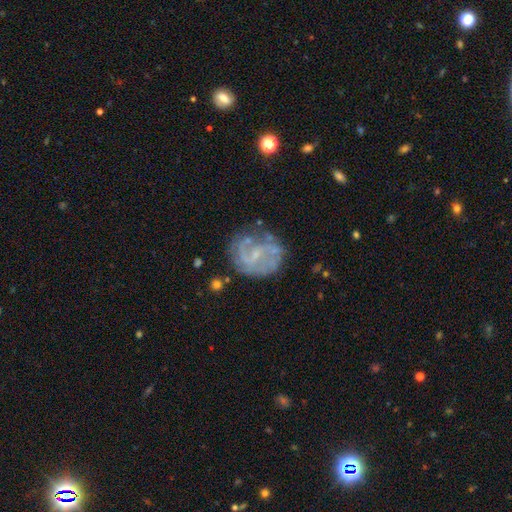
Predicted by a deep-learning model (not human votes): smooth-or-featured: featured or disk: 78% | smooth: 14% | star or artifact: 8%
  disk-edge-on: no: 98% | yes: 2%
    bar: weak: 48% | no: 41% | strong: 11%
    has-spiral-arms: yes: 82% | no: 18%
      spiral-winding: medium: 44% | tight: 30% | loose: 26%
      spiral-arm-count: 2: 50% | can't tell: 27% | 3: 10% | 1: 5% | 4: 4% | more than 4: 3%
    bulge-size: small: 70% | none: 16% | moderate: 13% | large: 1% | dominant: 1%
  merging: none: 63% | minor disturbance: 20% | major disturbance: 13% | merger: 4%